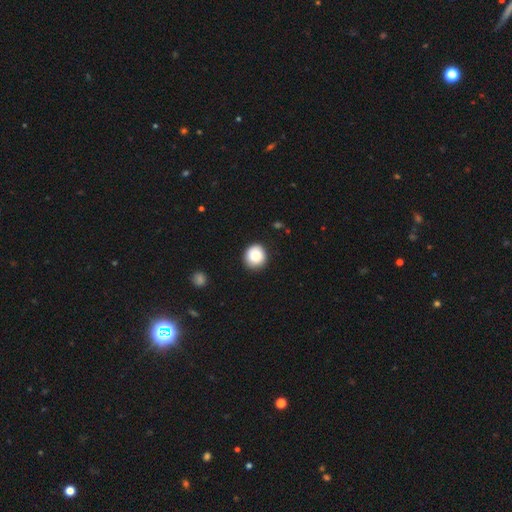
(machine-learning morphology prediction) Smooth or featured: smooth — 85% (star or artifact — 8%)
How rounded: round — 89% (in between — 10%)
Merging: none — 87% (minor disturbance — 10%)